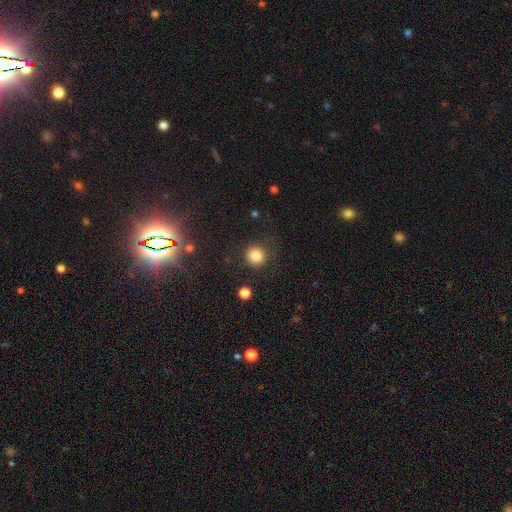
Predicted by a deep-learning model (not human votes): This appears to be a smooth galaxy with no disk features (83%) that is round (93%). Merging: none (86%).